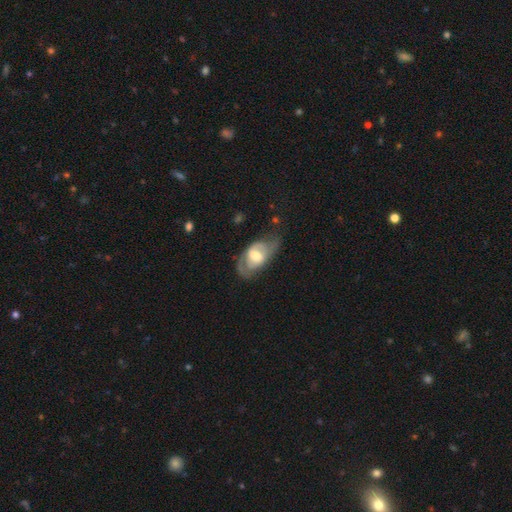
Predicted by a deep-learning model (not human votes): The model was most divided on "bar": weak: 44%, no: 40%, strong: 16%. Remaining: edge-on disk — no (91%); spiral arms — yes (66%); smooth or featured — featured or disk (62%); bulge size — moderate (60%); merging — none (47%).